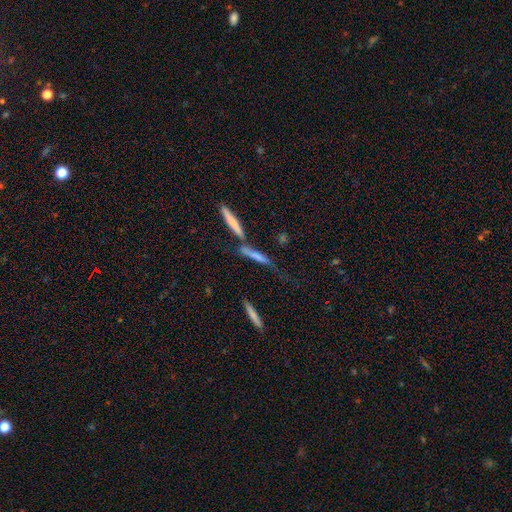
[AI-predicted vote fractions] A smooth galaxy with no disk features (58%) that is cigar-shaped (86%). Merging: none (48%).